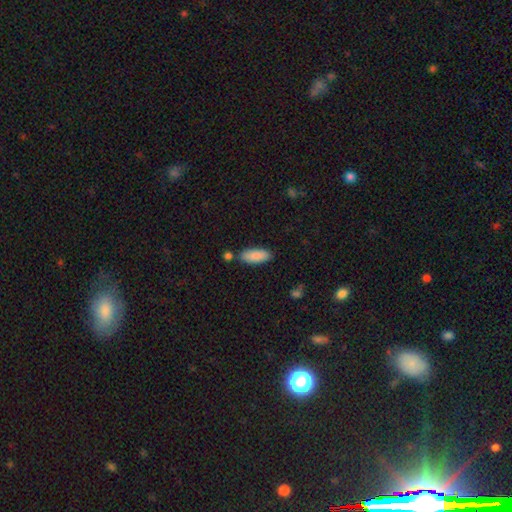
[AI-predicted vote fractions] smooth_or_featured: smooth (p=0.87) [alt: featured or disk p=0.07]
how_rounded: in between (p=0.78) [alt: cigar-shaped p=0.20]
merging: none (p=0.80) [alt: minor disturbance p=0.12]